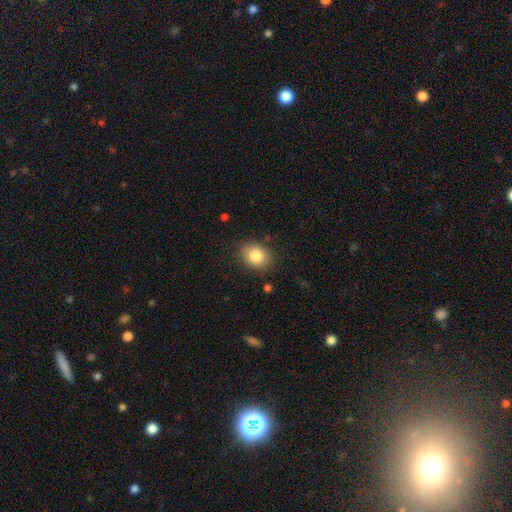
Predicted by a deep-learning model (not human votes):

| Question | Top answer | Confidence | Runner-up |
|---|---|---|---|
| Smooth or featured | smooth | 83% | star or artifact (9%) |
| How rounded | in between | 58% | round (41%) |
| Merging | none | 85% | minor disturbance (11%) |